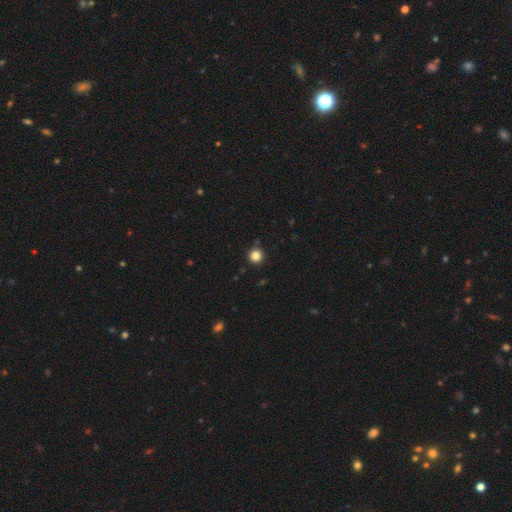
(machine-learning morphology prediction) Smooth or featured? smooth (84%)
How rounded? round (96%)
Merging? none (91%)